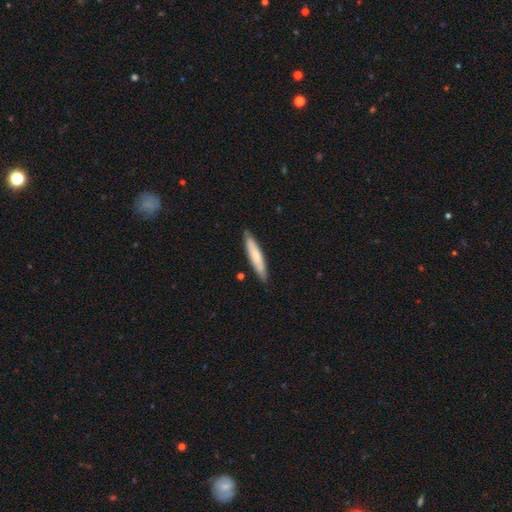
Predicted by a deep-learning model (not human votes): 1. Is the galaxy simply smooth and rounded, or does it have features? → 72% smooth, 22% featured or disk, 5% star or artifact.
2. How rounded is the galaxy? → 90% cigar-shaped, 9% in between, 1% round.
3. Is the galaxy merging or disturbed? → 87% none, 10% minor disturbance, 2% major disturbance, 1% merger.